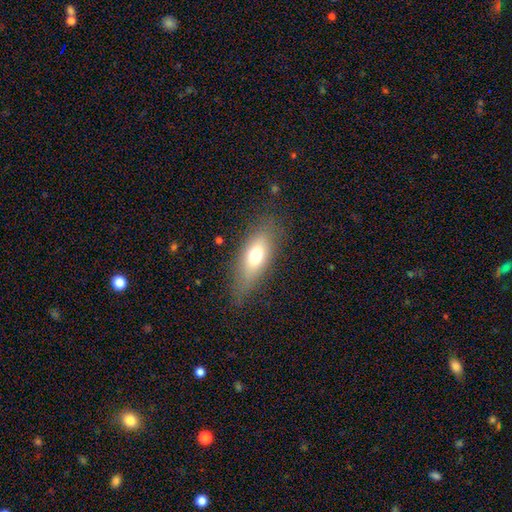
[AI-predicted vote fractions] Smooth or featured? Predicted: smooth (p=0.66). How rounded? Predicted: in between (p=0.69). Merging? Predicted: none (p=0.77).